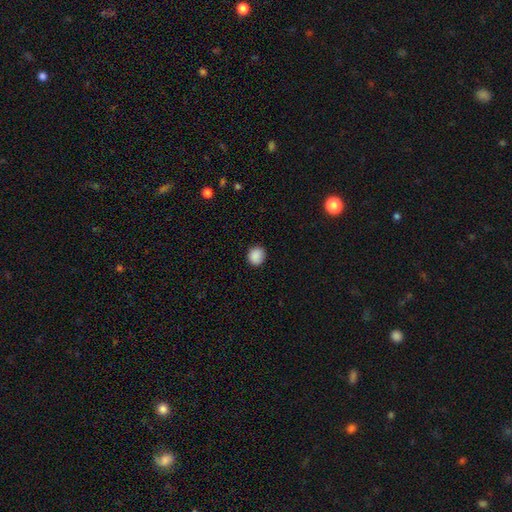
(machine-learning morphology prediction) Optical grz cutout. It shows a smooth galaxy with no disk features (89%) that is round (84%). Merging: none (90%).